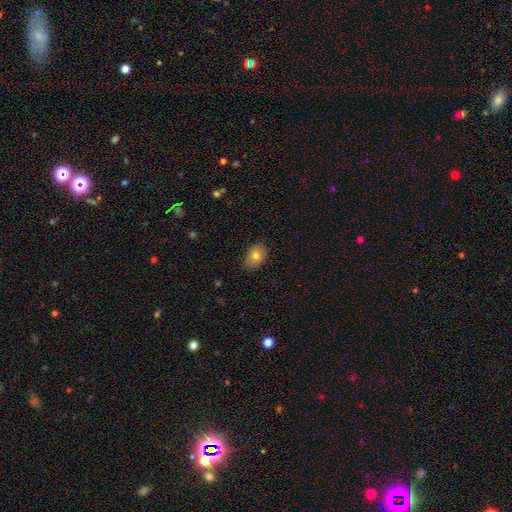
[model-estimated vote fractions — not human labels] A smooth galaxy with no disk features (80%) that is in between round and cigar-shaped (73%). Merging: none (79%).